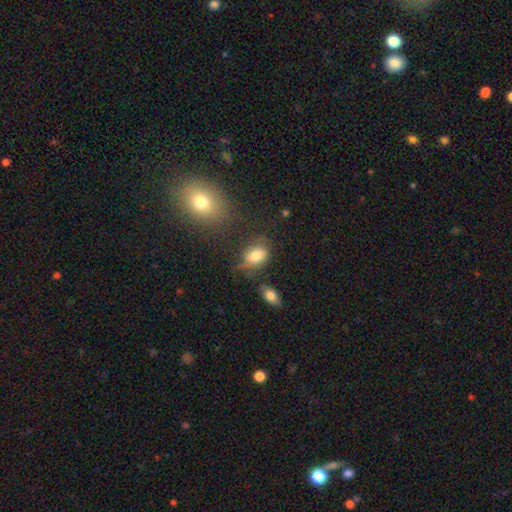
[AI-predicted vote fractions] Smooth or featured?
  - smooth: 76% *
  - featured or disk: 15%
  - star or artifact: 10%
How rounded?
  - in between: 83% *
  - round: 15%
  - cigar-shaped: 2%
Merging?
  - none: 47% *
  - minor disturbance: 30%
  - major disturbance: 16%
  - merger: 7%